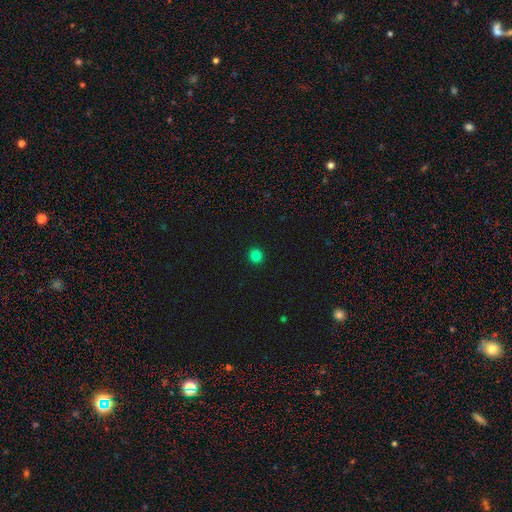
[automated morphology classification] This appears to be a smooth galaxy with no disk features (82%) that is round (93%). Merging: none (94%).